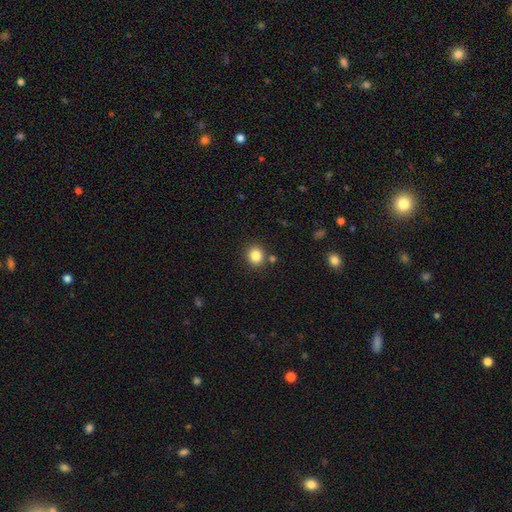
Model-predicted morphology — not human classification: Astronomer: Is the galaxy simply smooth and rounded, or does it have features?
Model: smooth — 84%.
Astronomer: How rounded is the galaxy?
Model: round — 79%.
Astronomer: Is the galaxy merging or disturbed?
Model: none — 83%.